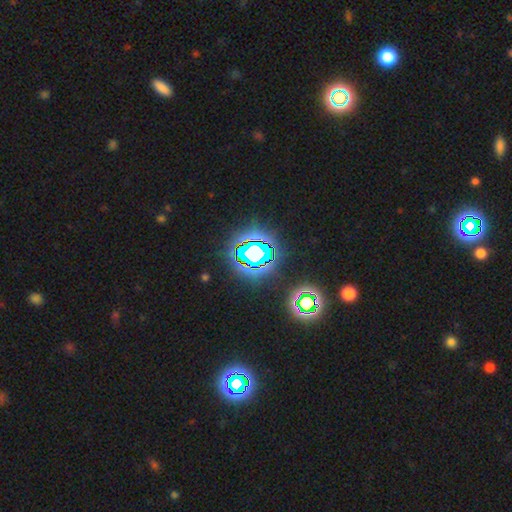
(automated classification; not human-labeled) A star or artifact, not a galaxy (67%).

Vote fractions:
- Smooth or featured? star or artifact: 67% / smooth: 20% / featured or disk: 13%